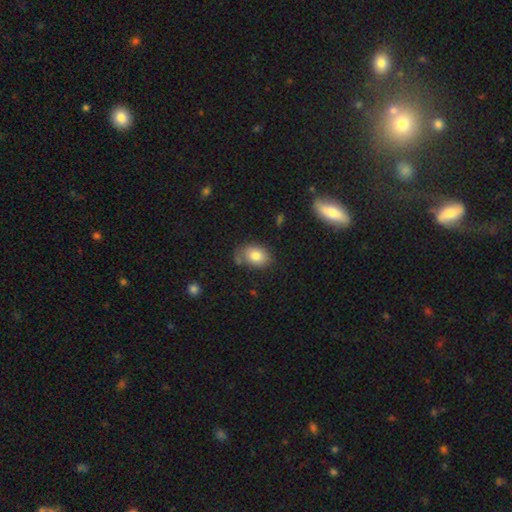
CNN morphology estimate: Smooth or featured? Predicted: smooth (p=0.81). How rounded? Predicted: in between (p=0.77). Merging? Predicted: none (p=0.64).